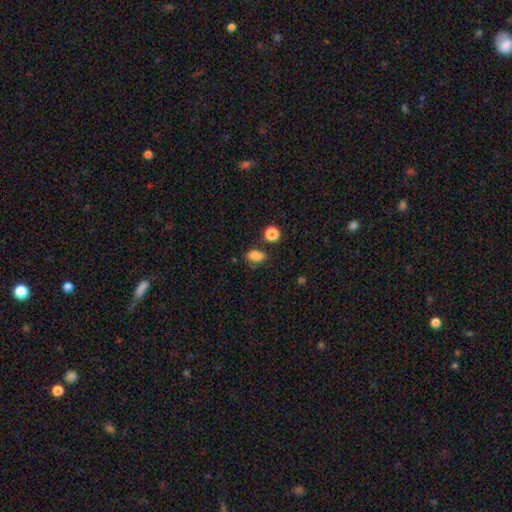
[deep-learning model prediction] smooth 81%, star or artifact 11%, featured or disk 7%. Down the decision tree: how rounded — in between (79%); merging — none (68%).